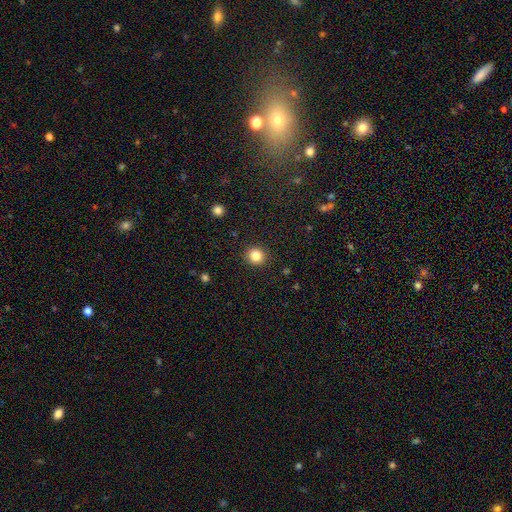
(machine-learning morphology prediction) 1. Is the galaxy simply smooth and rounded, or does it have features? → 84% smooth, 12% star or artifact, 5% featured or disk.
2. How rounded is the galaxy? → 91% round, 8% in between, 1% cigar-shaped.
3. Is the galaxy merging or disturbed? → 91% none, 6% minor disturbance, 2% major disturbance, 1% merger.